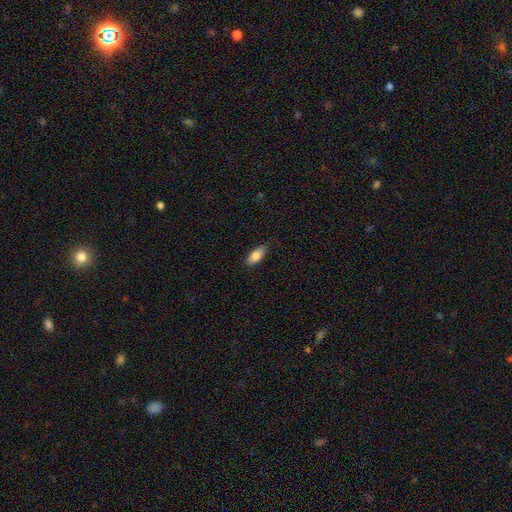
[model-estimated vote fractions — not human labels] The model was most divided on "merging": none: 83%, minor disturbance: 13%, major disturbance: 2%, merger: 1%. More confident: how rounded — in between (87%); smooth or featured — smooth (83%).